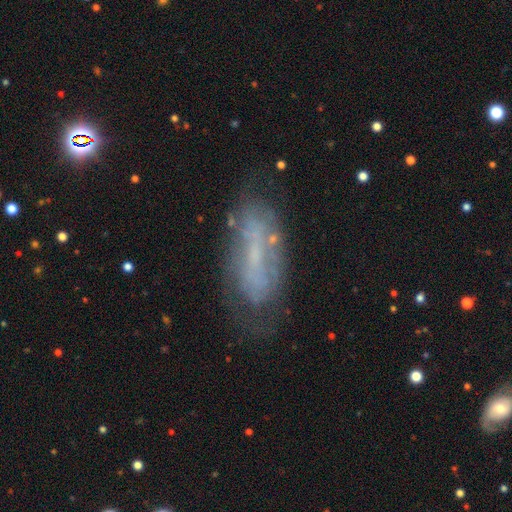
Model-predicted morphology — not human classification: Overall: featured or disk (55%; smooth 33%). Edge-on disk: no (81%). Merging: none (63%).